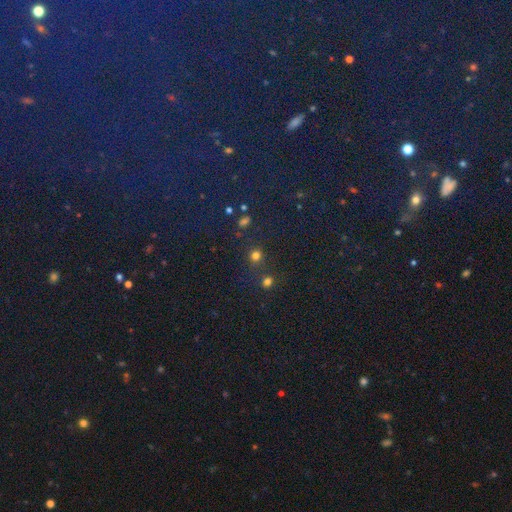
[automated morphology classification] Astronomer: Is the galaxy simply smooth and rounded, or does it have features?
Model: smooth — 73%.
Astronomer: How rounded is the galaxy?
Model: round — 88%.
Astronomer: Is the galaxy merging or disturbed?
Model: none — 77%.